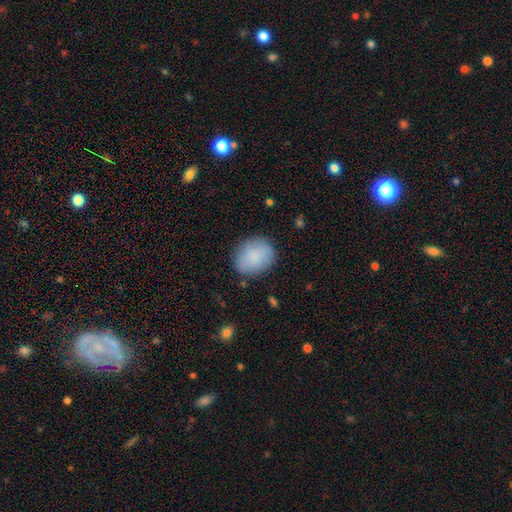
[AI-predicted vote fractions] Overall: smooth (87%). How rounded: round (64%; in between 35%). Merging: none (83%).